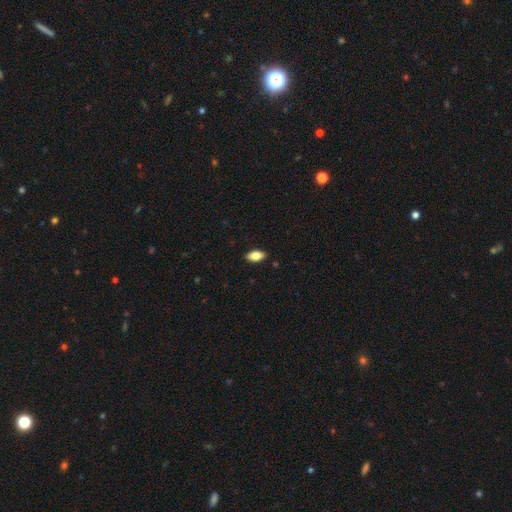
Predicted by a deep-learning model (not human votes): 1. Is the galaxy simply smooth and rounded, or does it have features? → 81% smooth, 12% featured or disk, 7% star or artifact.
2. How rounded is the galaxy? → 91% in between, 6% cigar-shaped, 3% round.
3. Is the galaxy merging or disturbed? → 89% none, 8% minor disturbance, 2% major disturbance, 1% merger.